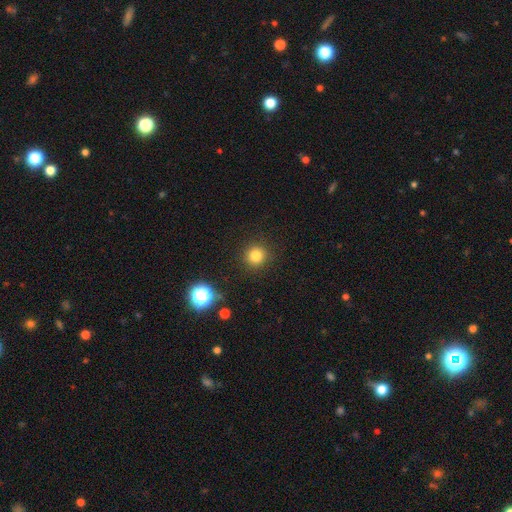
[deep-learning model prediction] Overall: smooth (80%). How rounded: round (94%). Merging: none (91%).